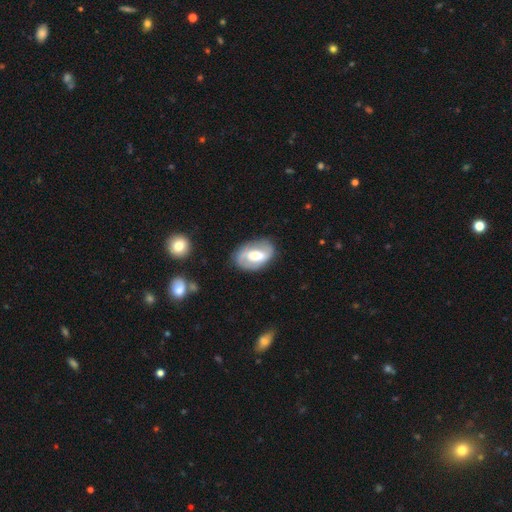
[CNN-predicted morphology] This is likely a featured or disk galaxy (62%). It is clearly not viewed edge-on (95%). Bar: marginally weak (44%). Spiral arm pattern: likely yes (70%). Central bulge: possibly moderate (51%). Merging: likely none (73%).